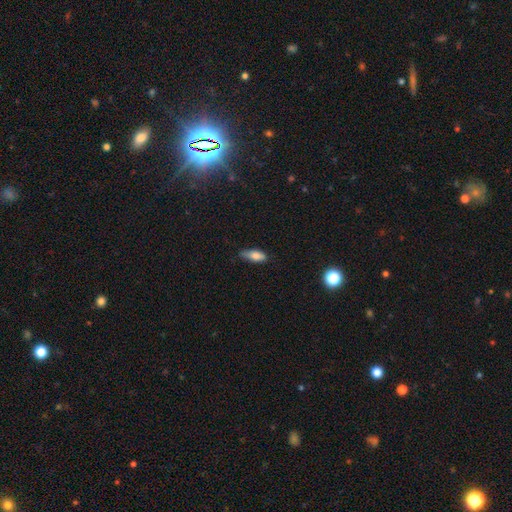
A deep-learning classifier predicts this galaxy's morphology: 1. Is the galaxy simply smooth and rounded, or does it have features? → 79% smooth, 14% featured or disk, 8% star or artifact.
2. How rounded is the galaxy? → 71% in between, 27% cigar-shaped, 3% round.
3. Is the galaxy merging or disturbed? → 67% none, 27% minor disturbance, 4% major disturbance, 1% merger.